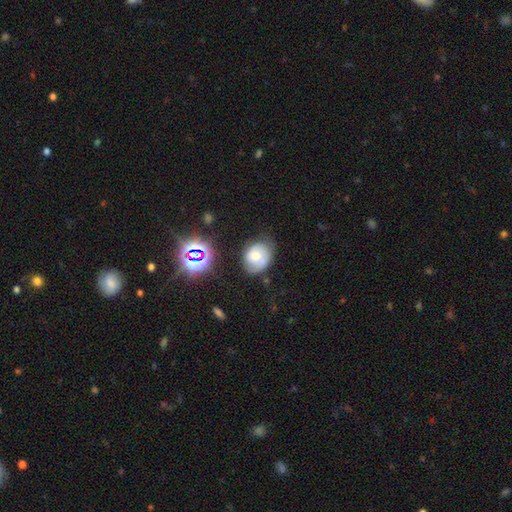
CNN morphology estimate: Smooth or featured: smooth — 51% (featured or disk — 36%)
How rounded: in between — 53% (round — 46%)
Merging: none — 59% (minor disturbance — 29%)